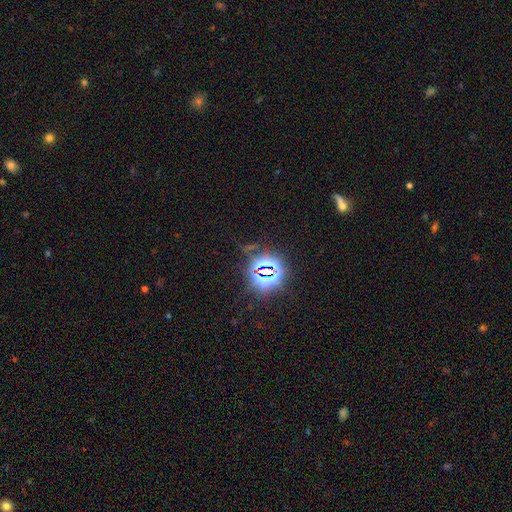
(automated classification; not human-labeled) Smooth or featured: star or artifact — 80% (smooth — 12%)